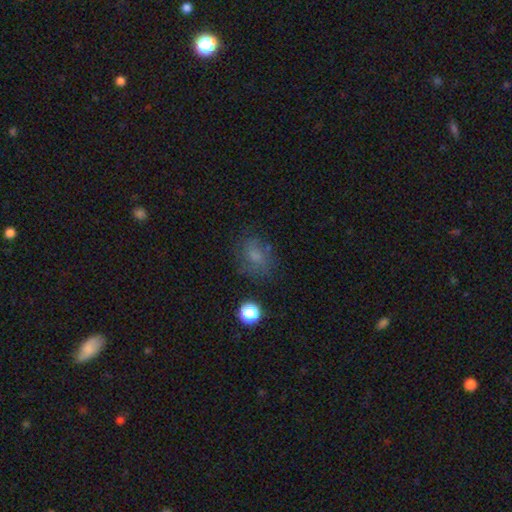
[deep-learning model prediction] Overall: smooth (65%). How rounded: in between (58%; round 41%). Merging: none (66%).